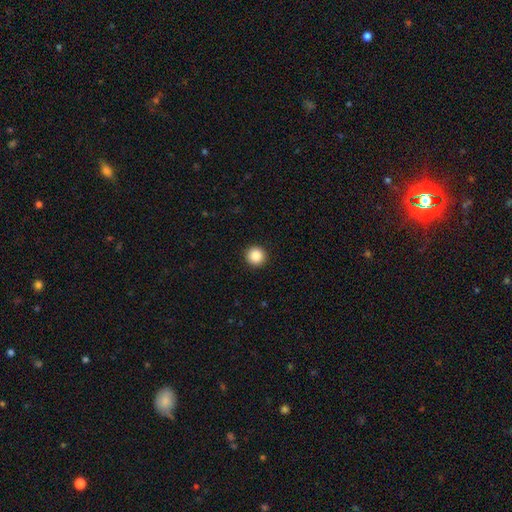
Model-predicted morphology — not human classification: A smooth galaxy with no disk features (87%) that is round (96%).

Vote fractions:
- Smooth or featured? smooth: 87% / star or artifact: 9% / featured or disk: 3%
- How rounded? round: 96% / in between: 3% / cigar-shaped: 1%
- Merging? none: 93% / minor disturbance: 4% / major disturbance: 2% / merger: 1%